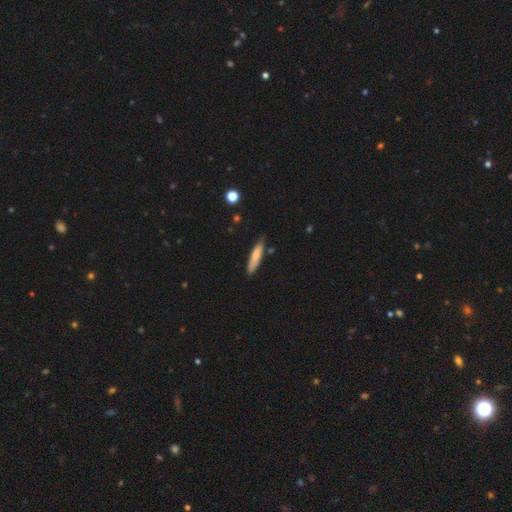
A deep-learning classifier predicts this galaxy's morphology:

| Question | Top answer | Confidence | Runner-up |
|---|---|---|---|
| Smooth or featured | smooth | 72% | featured or disk (22%) |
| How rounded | cigar-shaped | 82% | in between (16%) |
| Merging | none | 80% | minor disturbance (15%) |